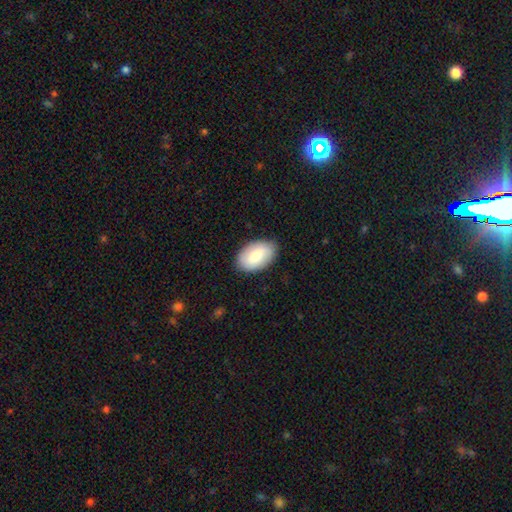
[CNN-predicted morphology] smooth-or-featured: smooth: 76% | featured or disk: 18% | star or artifact: 6%
  how-rounded: in between: 93% | round: 6% | cigar-shaped: 1%
  merging: none: 86% | minor disturbance: 11% | major disturbance: 2% | merger: 1%